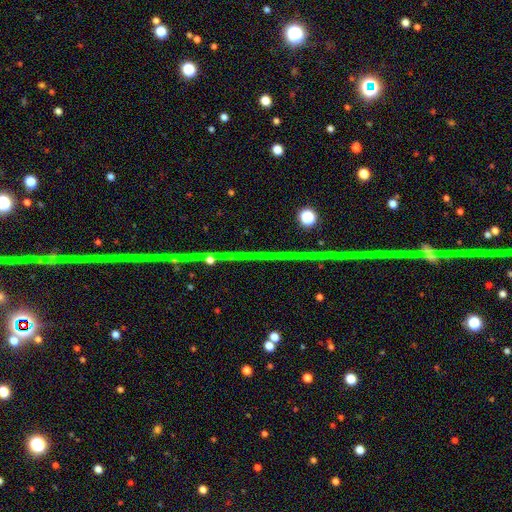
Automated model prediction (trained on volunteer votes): A star or artifact, not a galaxy (83%).